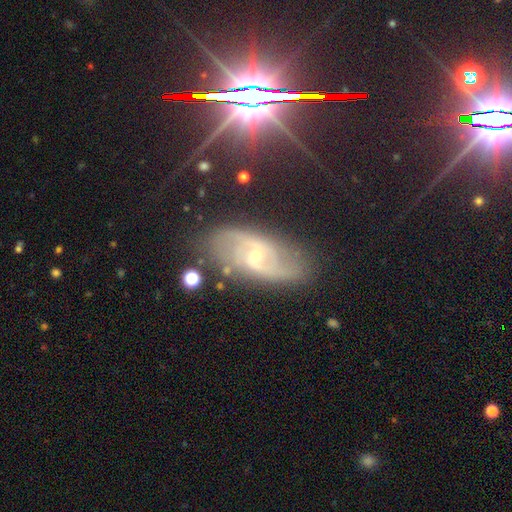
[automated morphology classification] Smooth or featured?
  - featured or disk: 81% *
  - star or artifact: 11%
  - smooth: 8%
Edge-on disk?
  - no: 94% *
  - yes: 6%
Bar?
  - weak: 52% *
  - no: 29%
  - strong: 19%
Spiral arms?
  - yes: 94% *
  - no: 6%
Spiral winding?
  - medium: 45% *
  - loose: 30%
  - tight: 25%
Spiral arm count?
  - 2: 74% *
  - can't tell: 14%
  - 3: 5%
  - 1: 3%
  - 4: 2%
  - more than 4: 2%
Bulge size?
  - small: 59% *
  - moderate: 37%
  - none: 1%
  - large: 1%
  - dominant: 1%
Merging?
  - none: 77% *
  - minor disturbance: 16%
  - major disturbance: 5%
  - merger: 2%